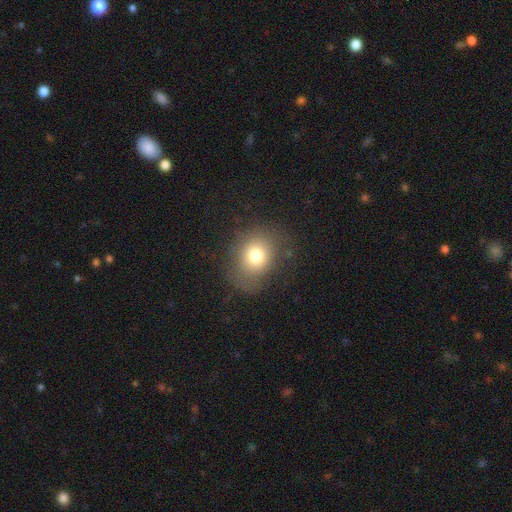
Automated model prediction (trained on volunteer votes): This appears to be a smooth galaxy with no disk features (75%) that is round (60%). Merging: none (72%).